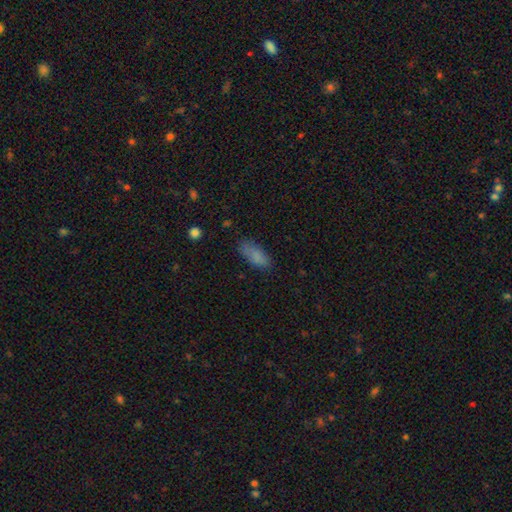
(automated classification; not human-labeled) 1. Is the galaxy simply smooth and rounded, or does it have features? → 83% smooth, 9% star or artifact, 8% featured or disk.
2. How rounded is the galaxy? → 80% in between, 17% cigar-shaped, 2% round.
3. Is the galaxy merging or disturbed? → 72% none, 20% minor disturbance, 6% major disturbance, 2% merger.